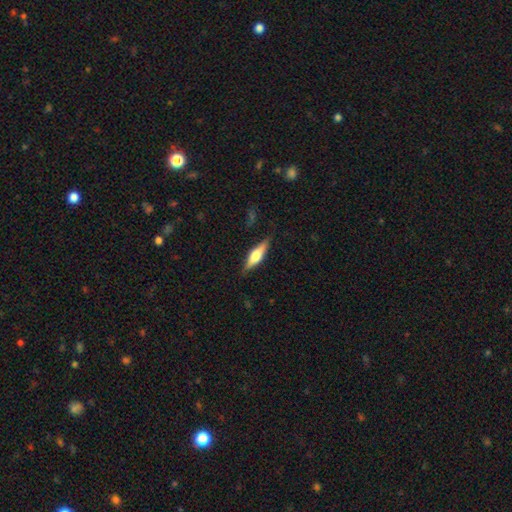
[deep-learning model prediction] Q: Smooth or featured?
A: featured or disk (50%); runner-up: smooth (44%)
Q: Merging?
A: none (84%); runner-up: minor disturbance (12%)